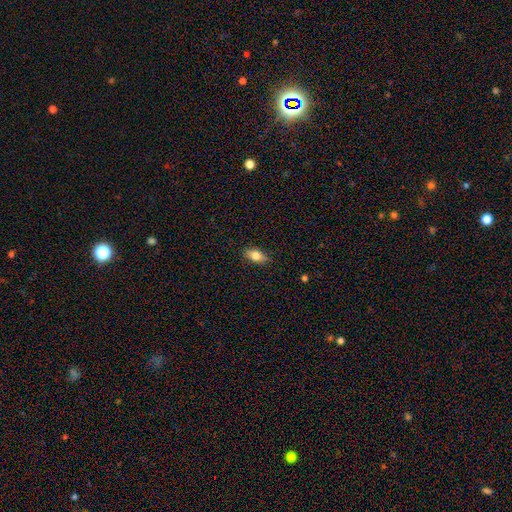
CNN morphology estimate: Smooth or featured: smooth — 78% (featured or disk — 15%)
How rounded: in between — 85% (cigar-shaped — 8%)
Merging: none — 86% (minor disturbance — 11%)